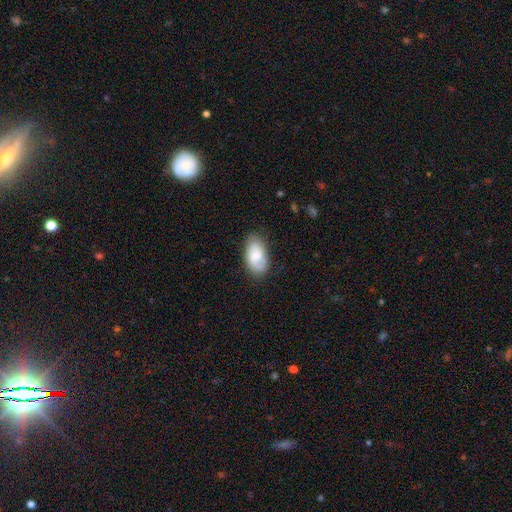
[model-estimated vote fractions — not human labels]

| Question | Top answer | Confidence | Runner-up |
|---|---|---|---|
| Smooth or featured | smooth | 59% | featured or disk (34%) |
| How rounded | in between | 93% | round (5%) |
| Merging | none | 69% | minor disturbance (22%) |